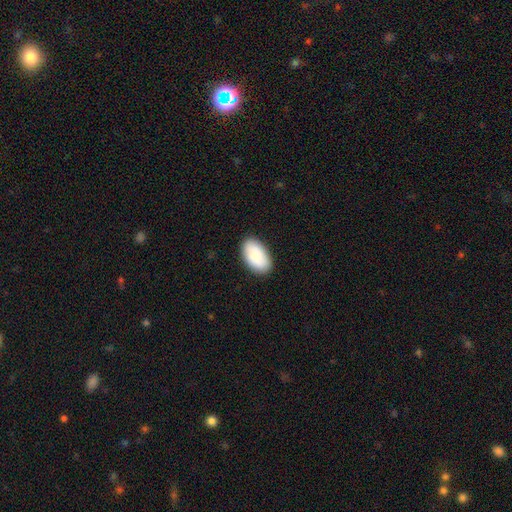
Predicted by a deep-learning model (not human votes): Smooth or featured? Predicted: smooth (p=0.87). How rounded? Predicted: in between (p=0.95). Merging? Predicted: none (p=0.87).